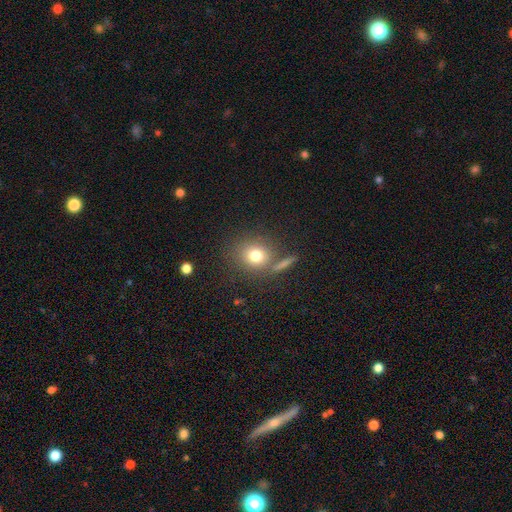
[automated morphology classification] Smooth or featured: smooth — 77% (star or artifact — 12%)
How rounded: round — 78% (in between — 20%)
Merging: none — 72% (merger — 12%)